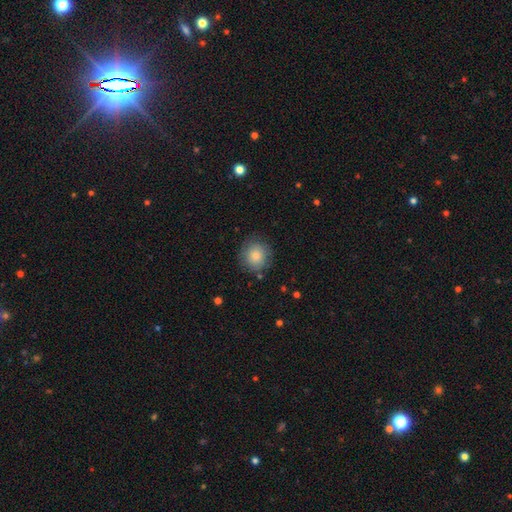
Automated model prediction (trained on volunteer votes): A smooth galaxy with no disk features (82%) that is round (89%). Merging: none (82%).